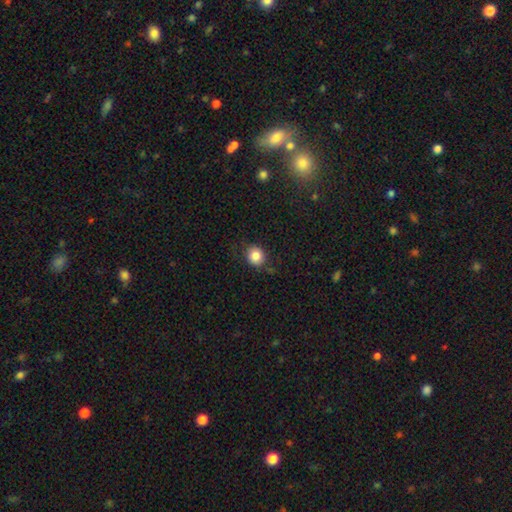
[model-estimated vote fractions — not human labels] Overall: smooth (83%). How rounded: round (79%). Merging: none (81%).